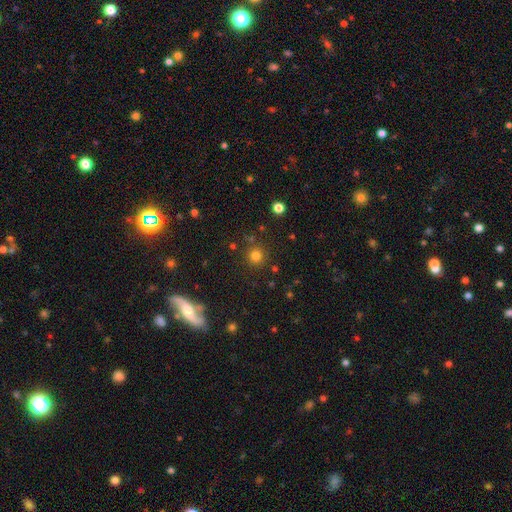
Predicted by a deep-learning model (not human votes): smooth 78%, star or artifact 16%, featured or disk 5%. Down the decision tree: how rounded — round (93%); merging — none (87%).